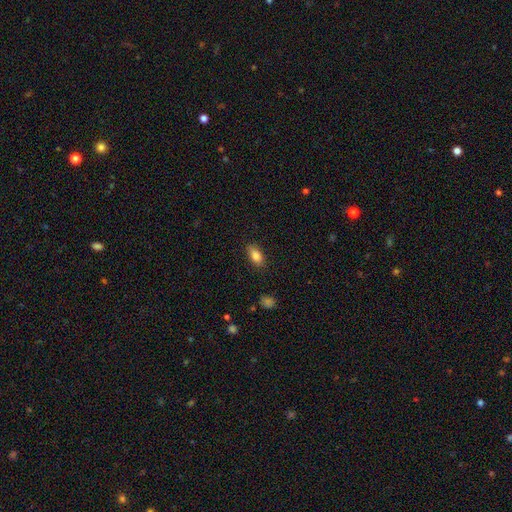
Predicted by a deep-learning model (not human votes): Overall: smooth (84%). How rounded: in between (89%). Merging: none (85%).